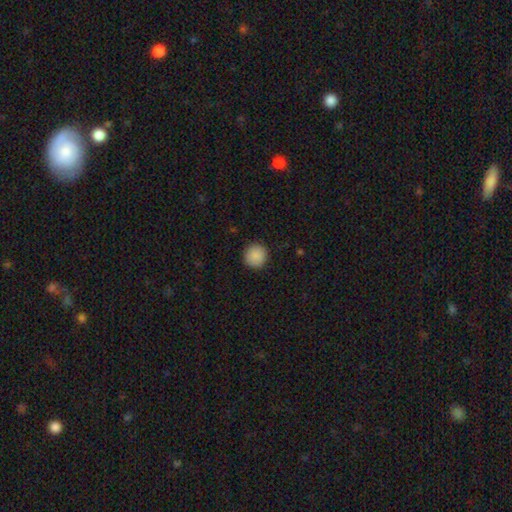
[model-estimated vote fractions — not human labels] Smooth or featured: smooth — 88% (star or artifact — 8%)
How rounded: round — 94% (in between — 5%)
Merging: none — 90% (minor disturbance — 7%)